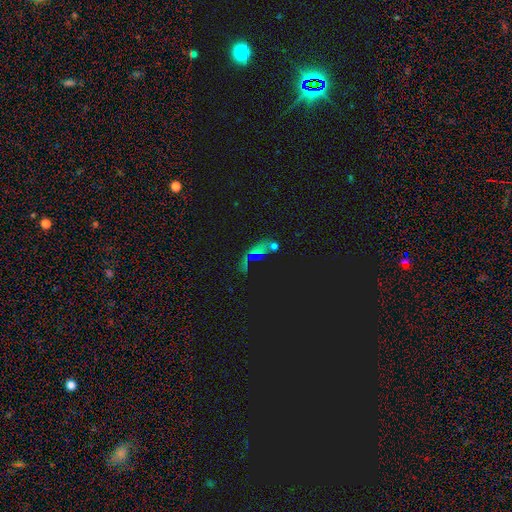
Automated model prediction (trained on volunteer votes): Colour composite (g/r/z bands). It shows a star or artifact, not a galaxy (54%).